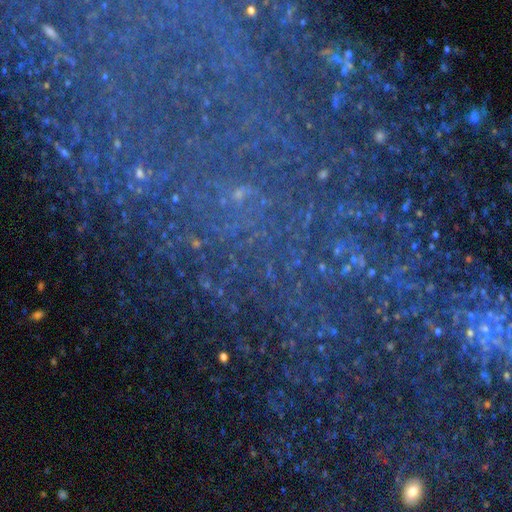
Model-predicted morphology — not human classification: smooth_or_featured: star or artifact (p=0.72) [alt: featured or disk p=0.15]